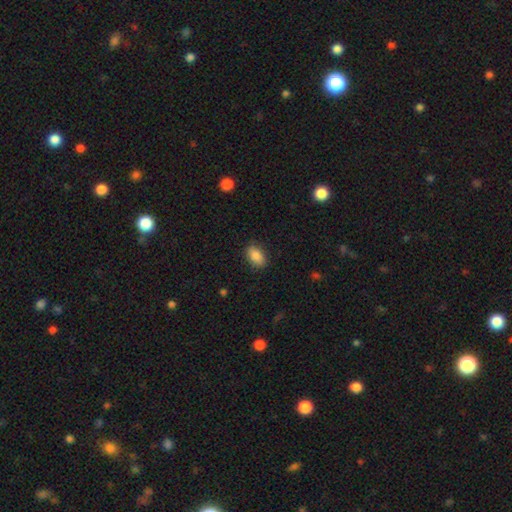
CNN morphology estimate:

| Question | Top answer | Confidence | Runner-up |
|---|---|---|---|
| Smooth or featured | smooth | 88% | star or artifact (8%) |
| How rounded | in between | 88% | round (10%) |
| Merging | none | 84% | minor disturbance (12%) |